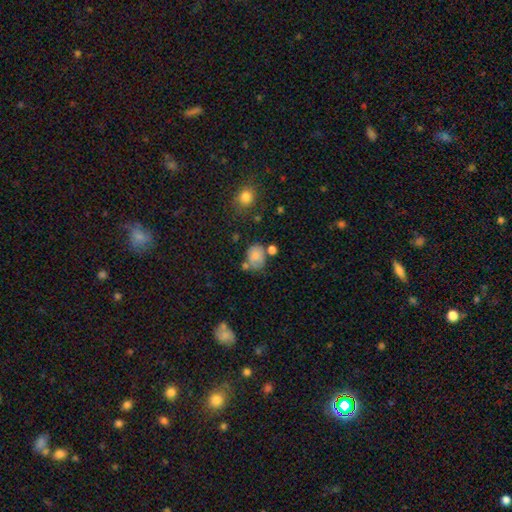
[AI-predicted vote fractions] The model was most divided on "how rounded": round: 51%, in between: 48%, cigar-shaped: 1%. More confident: smooth or featured — smooth (74%); merging — none (51%).